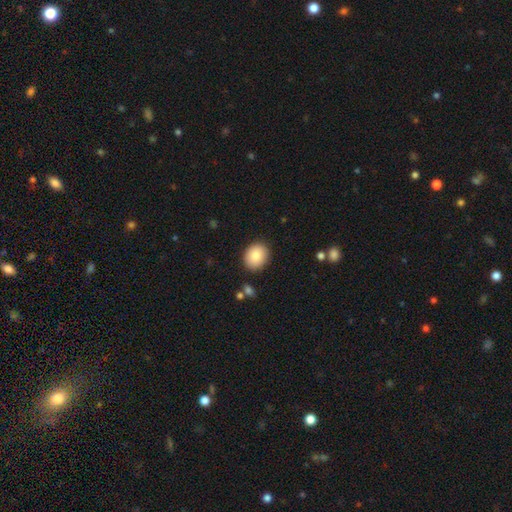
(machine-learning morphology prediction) A smooth galaxy with no disk features (85%) that is round (65%).

Vote fractions:
- Smooth or featured? smooth: 85% / star or artifact: 8% / featured or disk: 7%
- How rounded? round: 65% / in between: 34% / cigar-shaped: 1%
- Merging? none: 87% / minor disturbance: 9% / major disturbance: 2% / merger: 2%